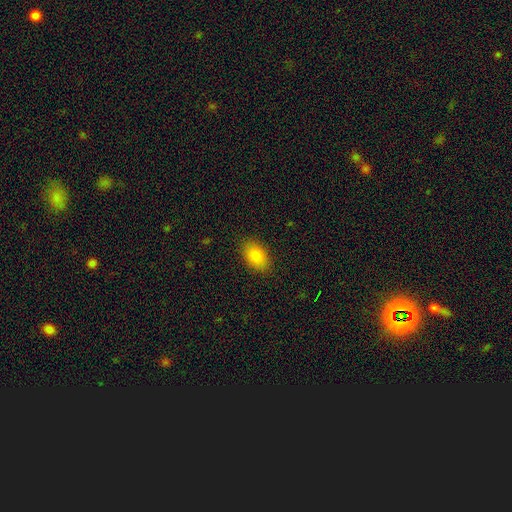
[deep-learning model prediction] Overall: smooth (83%). How rounded: in between (88%). Merging: none (87%).